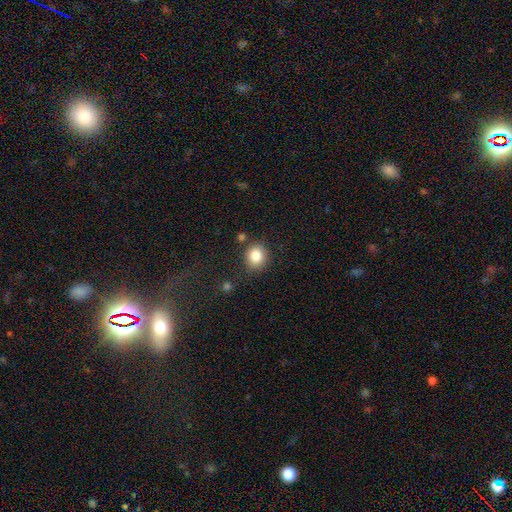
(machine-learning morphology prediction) Smooth or featured? Predicted: smooth (p=0.84). How rounded? Predicted: round (p=0.74). Merging? Predicted: none (p=0.81).